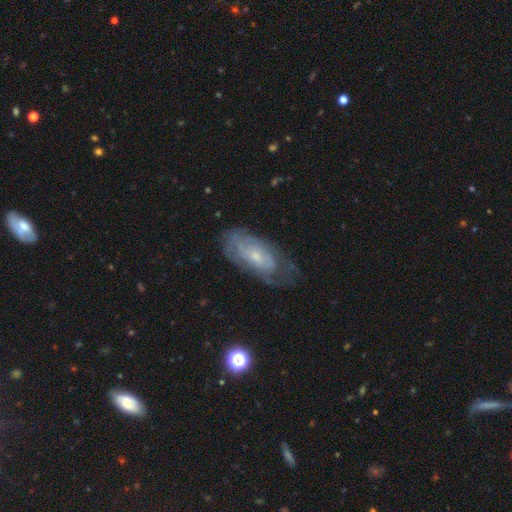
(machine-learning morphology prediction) smooth_or_featured: featured or disk (p=0.66) [alt: smooth p=0.26]
disk_edge_on: no (p=0.89) [alt: yes p=0.11]
bar: no (p=0.72) [alt: weak p=0.24]
has_spiral_arms: yes (p=0.73) [alt: no p=0.27]
bulge_size: small (p=0.68) [alt: moderate p=0.26]
merging: none (p=0.62) [alt: minor disturbance p=0.24]